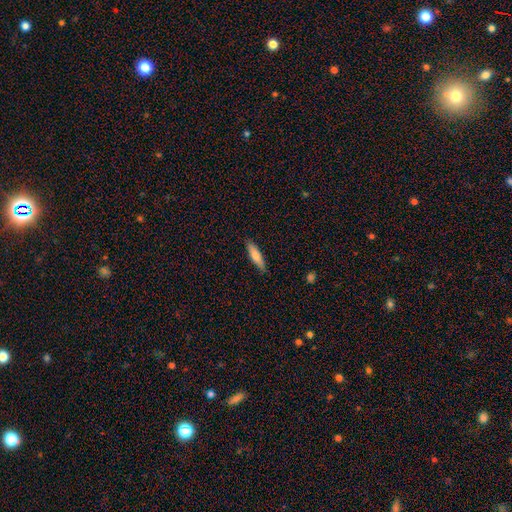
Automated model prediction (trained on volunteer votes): Morphology: type=smooth (70%); roundness=cigar-shaped (72%); merging=none (87%).